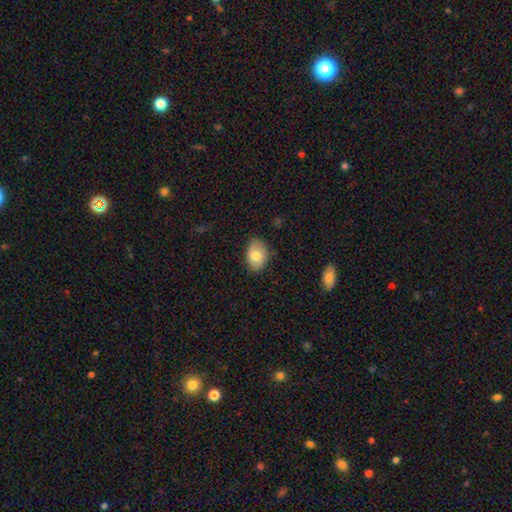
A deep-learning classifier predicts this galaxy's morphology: smooth_or_featured: smooth (p=0.76) [alt: featured or disk p=0.17]
how_rounded: in between (p=0.81) [alt: round p=0.18]
merging: none (p=0.80) [alt: minor disturbance p=0.16]